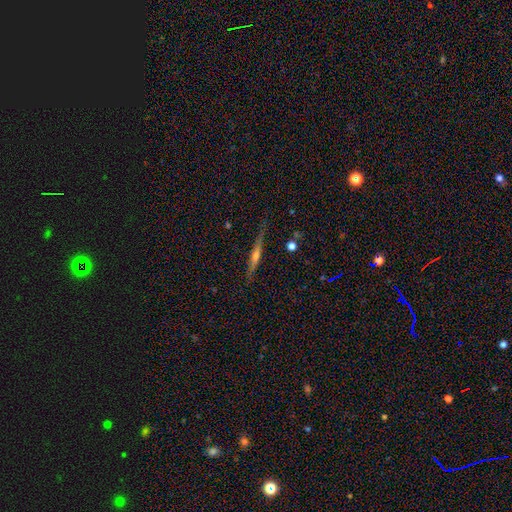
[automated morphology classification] Smooth or featured?
  - featured or disk: 72% *
  - smooth: 20%
  - star or artifact: 7%
Edge-on disk?
  - yes: 97% *
  - no: 3%
Edge-on bulge?
  - rounded: 75% *
  - none: 17%
  - boxy: 8%
Merging?
  - none: 86% *
  - minor disturbance: 11%
  - major disturbance: 2%
  - merger: 1%